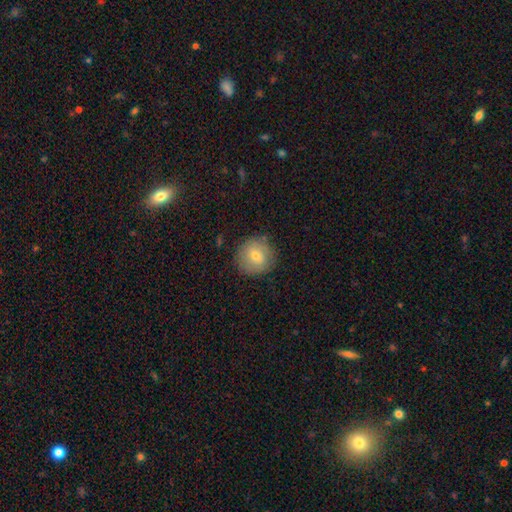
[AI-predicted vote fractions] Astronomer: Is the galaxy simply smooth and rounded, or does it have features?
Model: smooth — 73%.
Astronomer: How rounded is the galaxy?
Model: round — 92%.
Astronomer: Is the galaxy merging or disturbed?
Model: none — 85%.